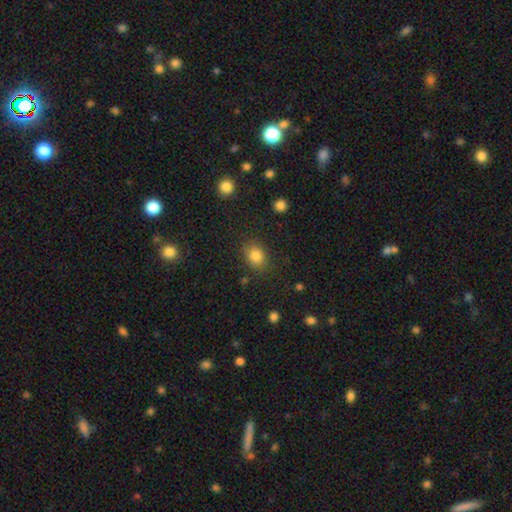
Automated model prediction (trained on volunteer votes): Overall: smooth (83%). How rounded: round (53%; in between 46%). Merging: none (81%).